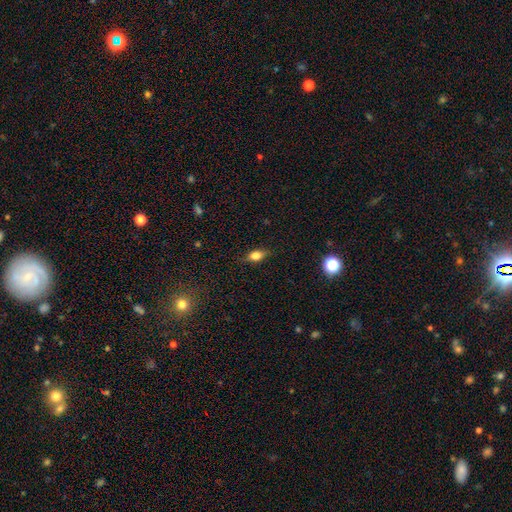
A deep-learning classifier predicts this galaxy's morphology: Q: Smooth or featured?
A: smooth (71%); runner-up: featured or disk (19%)
Q: How rounded?
A: in between (77%); runner-up: round (13%)
Q: Merging?
A: none (81%); runner-up: minor disturbance (14%)